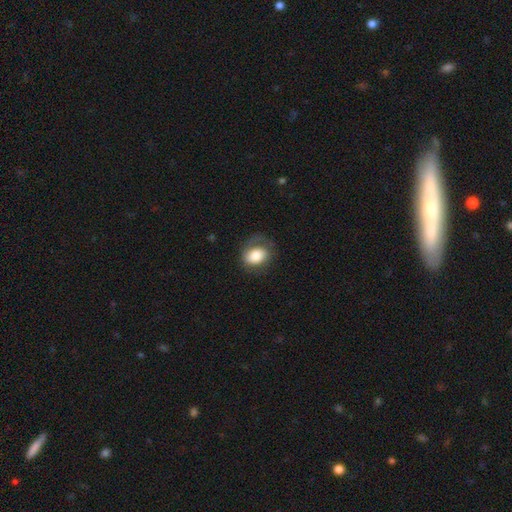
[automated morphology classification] Q: Smooth or featured?
A: smooth (68%); runner-up: featured or disk (25%)
Q: How rounded?
A: in between (59%); runner-up: round (40%)
Q: Merging?
A: none (54%); runner-up: minor disturbance (24%)